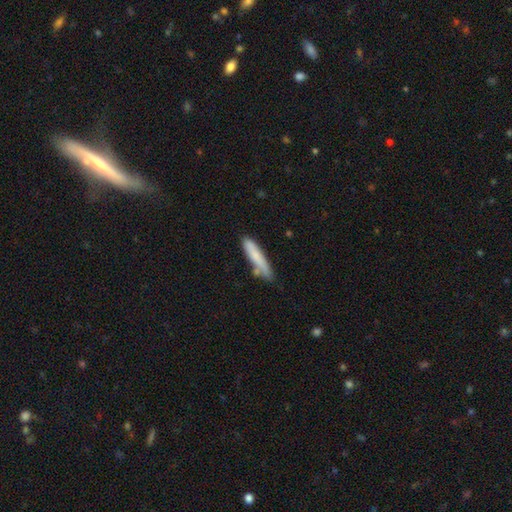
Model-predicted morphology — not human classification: Q: Smooth or featured?
A: smooth (75%); runner-up: featured or disk (19%)
Q: How rounded?
A: cigar-shaped (87%); runner-up: in between (11%)
Q: Merging?
A: none (68%); runner-up: minor disturbance (20%)